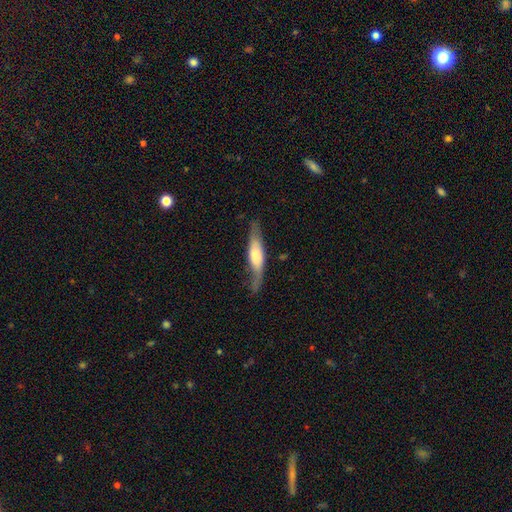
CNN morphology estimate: Smooth or featured? smooth (48%)
Merging? none (66%)